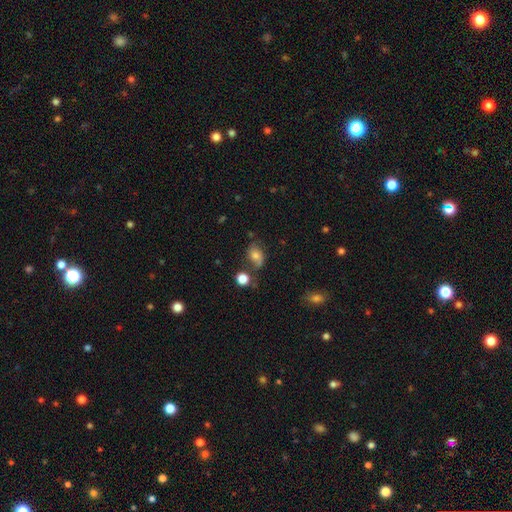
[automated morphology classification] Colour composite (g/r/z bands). It shows a smooth galaxy with no disk features (56%) that is in between round and cigar-shaped (69%). Merging: none (52%).